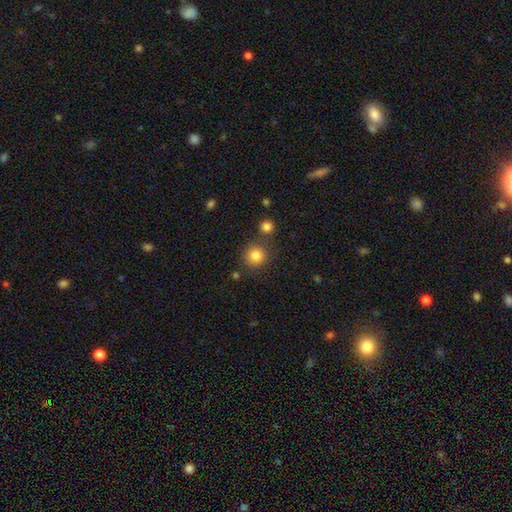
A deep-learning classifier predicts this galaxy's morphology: The model was most divided on "merging": none: 79%, merger: 9%, minor disturbance: 8%, major disturbance: 3%. More confident: how rounded — round (92%); smooth or featured — smooth (84%).